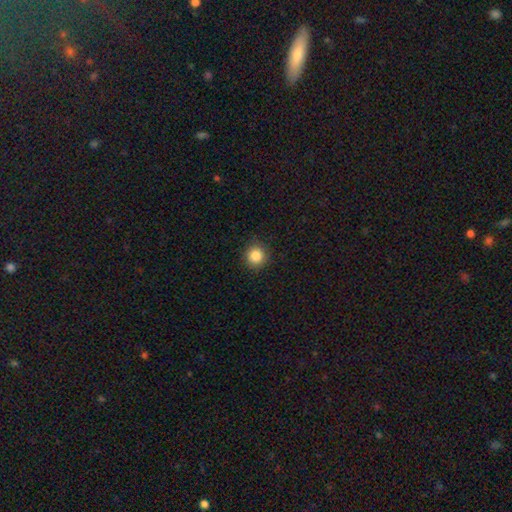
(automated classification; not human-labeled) Q: Smooth or featured?
A: smooth (85%); runner-up: star or artifact (10%)
Q: How rounded?
A: round (93%); runner-up: in between (6%)
Q: Merging?
A: none (90%); runner-up: minor disturbance (7%)